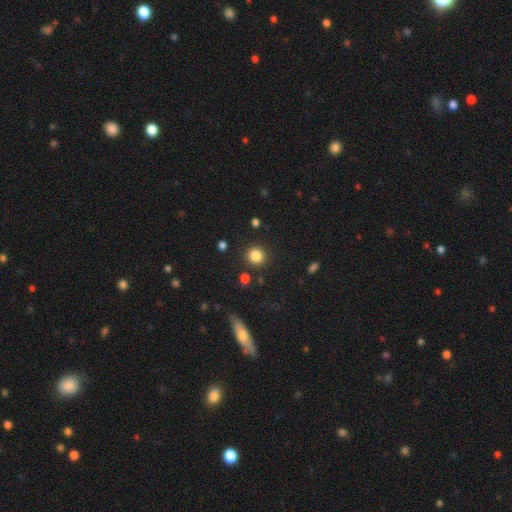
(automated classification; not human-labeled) smooth_or_featured: smooth (p=0.84) [alt: star or artifact p=0.12]
how_rounded: round (p=0.92) [alt: in between p=0.07]
merging: none (p=0.88) [alt: minor disturbance p=0.06]